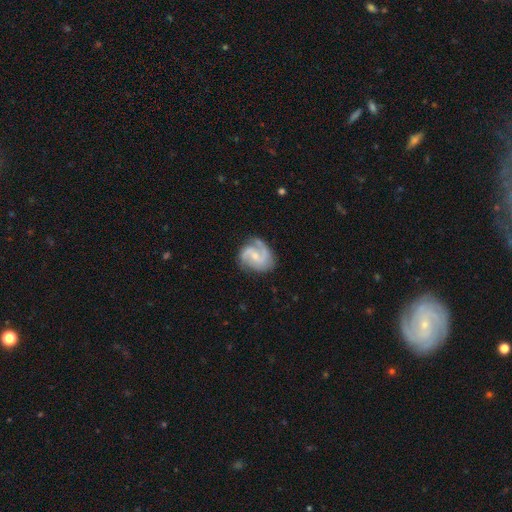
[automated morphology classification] The model was most divided on "bar": weak: 48%, no: 42%, strong: 10%. More confident: edge-on disk — no (98%); spiral arms — yes (96%); smooth or featured — featured or disk (83%); spiral arm count — 2 (77%); merging — none (68%); bulge size — small (57%); spiral winding — medium (53%).